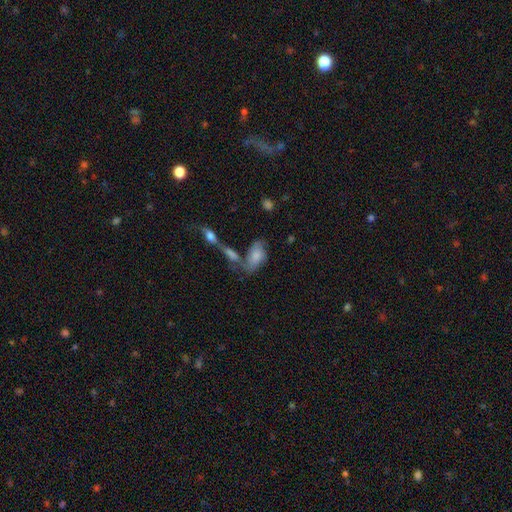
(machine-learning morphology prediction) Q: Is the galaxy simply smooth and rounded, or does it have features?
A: smooth — 66%.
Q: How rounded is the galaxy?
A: in between — 89%.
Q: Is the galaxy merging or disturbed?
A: none — 38%.